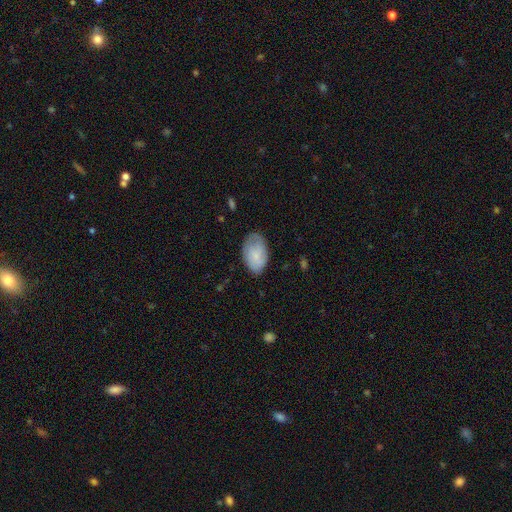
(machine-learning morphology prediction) Smooth or featured?
  - smooth: 74% *
  - featured or disk: 20%
  - star or artifact: 6%
How rounded?
  - in between: 92% *
  - round: 7%
  - cigar-shaped: 1%
Merging?
  - none: 72% *
  - minor disturbance: 22%
  - major disturbance: 5%
  - merger: 1%